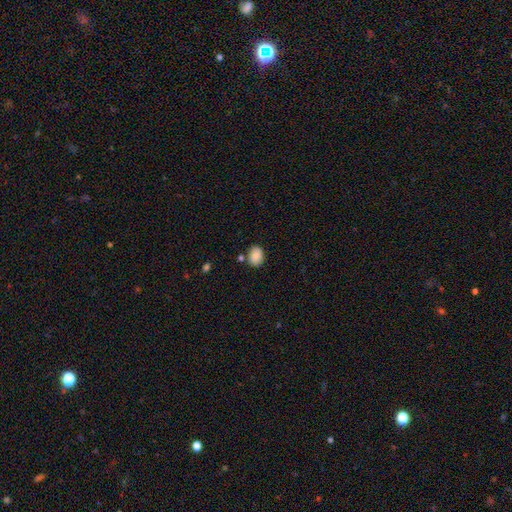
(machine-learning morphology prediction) smooth-or-featured: smooth: 88% | star or artifact: 8% | featured or disk: 4%
  how-rounded: in between: 68% | round: 31% | cigar-shaped: 1%
  merging: none: 75% | minor disturbance: 15% | merger: 7% | major disturbance: 4%